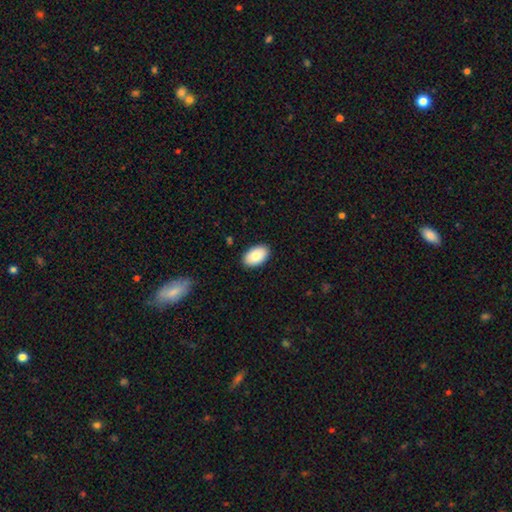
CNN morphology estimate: Q: Smooth or featured?
A: smooth (83%); runner-up: featured or disk (11%)
Q: How rounded?
A: in between (93%); runner-up: round (6%)
Q: Merging?
A: none (89%); runner-up: minor disturbance (9%)